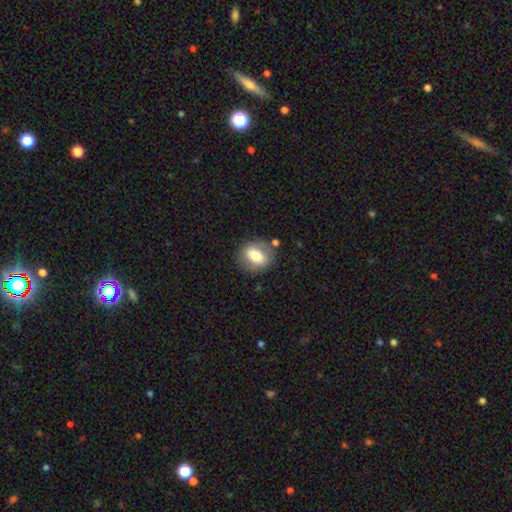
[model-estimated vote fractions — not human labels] smooth-or-featured: smooth: 67% | featured or disk: 25% | star or artifact: 8%
  how-rounded: in between: 59% | round: 38% | cigar-shaped: 3%
  merging: none: 76% | minor disturbance: 14% | merger: 5% | major disturbance: 5%